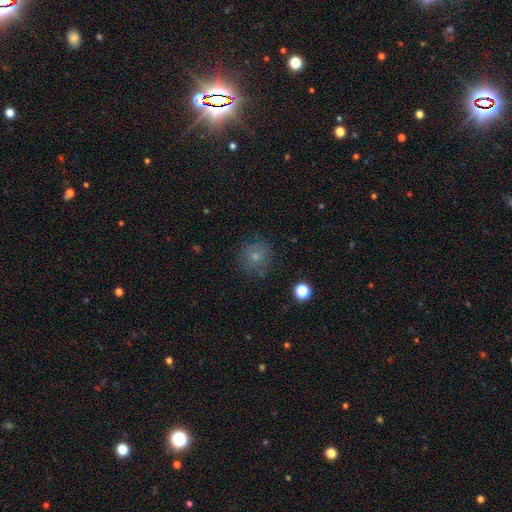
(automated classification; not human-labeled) Smooth or featured: smooth — 74% (star or artifact — 13%)
How rounded: round — 92% (in between — 7%)
Merging: none — 80% (minor disturbance — 14%)